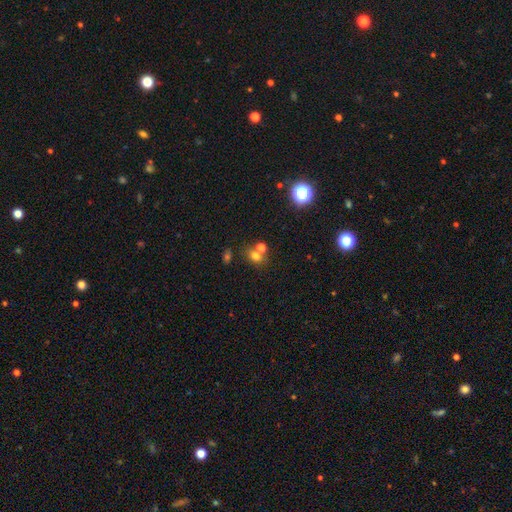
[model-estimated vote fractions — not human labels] A smooth galaxy with no disk features (68%) that is in between round and cigar-shaped (56%).

Vote fractions:
- Smooth or featured? smooth: 68% / star or artifact: 20% / featured or disk: 13%
- How rounded? in between: 56% / round: 42% / cigar-shaped: 2%
- Merging? none: 49% / merger: 35% / minor disturbance: 10% / major disturbance: 5%